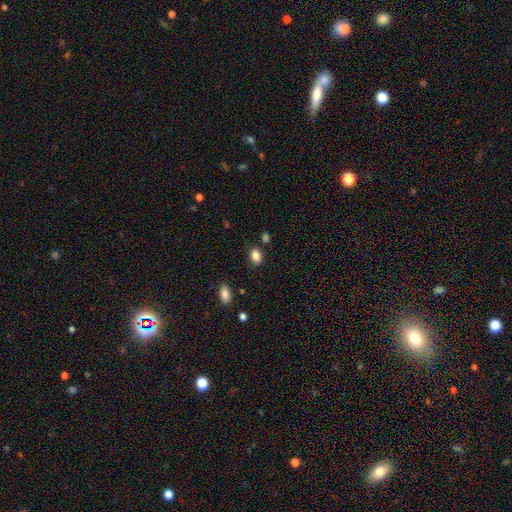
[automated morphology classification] smooth 86%, star or artifact 9%, featured or disk 5%. Down the decision tree: how rounded — in between (83%); merging — none (80%).